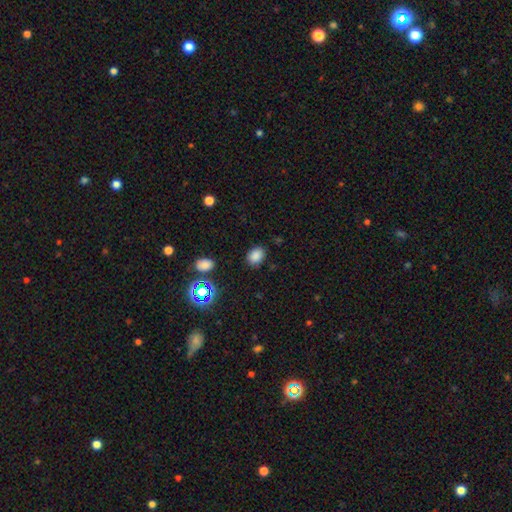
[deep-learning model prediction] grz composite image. It shows a smooth galaxy with no disk features (81%) that is in between round and cigar-shaped (63%). Merging: none (84%).